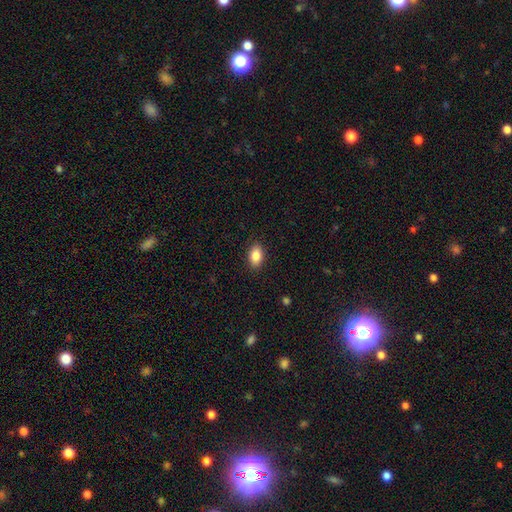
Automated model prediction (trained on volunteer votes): This is clearly a smooth galaxy (86%). How rounded: clearly in between (90%). Merging: clearly none (89%).